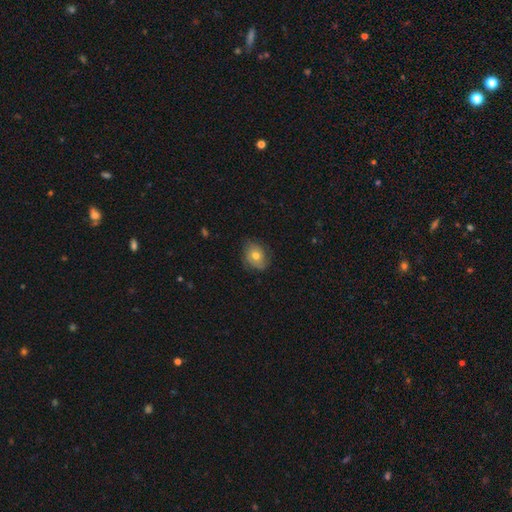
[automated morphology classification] Smooth or featured: smooth — 51% (featured or disk — 41%)
How rounded: in between — 53% (round — 46%)
Merging: none — 72% (minor disturbance — 21%)